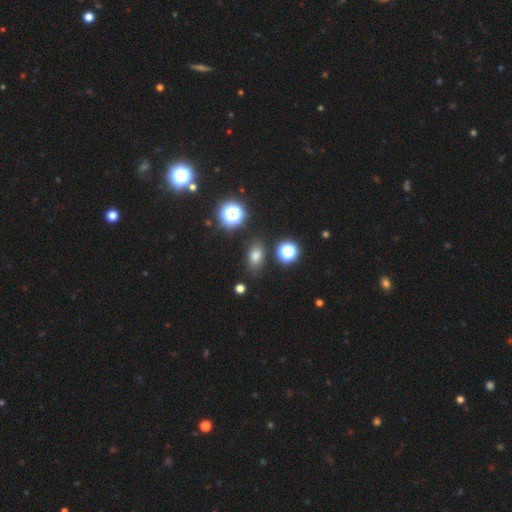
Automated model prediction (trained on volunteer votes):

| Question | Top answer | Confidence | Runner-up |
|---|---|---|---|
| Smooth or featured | smooth | 69% | star or artifact (22%) |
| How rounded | in between | 74% | round (23%) |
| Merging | none | 83% | minor disturbance (10%) |